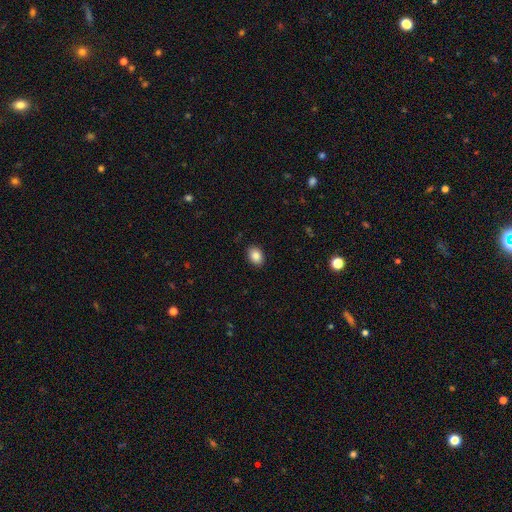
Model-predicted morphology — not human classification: This appears to be a smooth galaxy with no disk features (86%) that is in between round and cigar-shaped (74%). Merging: none (90%).